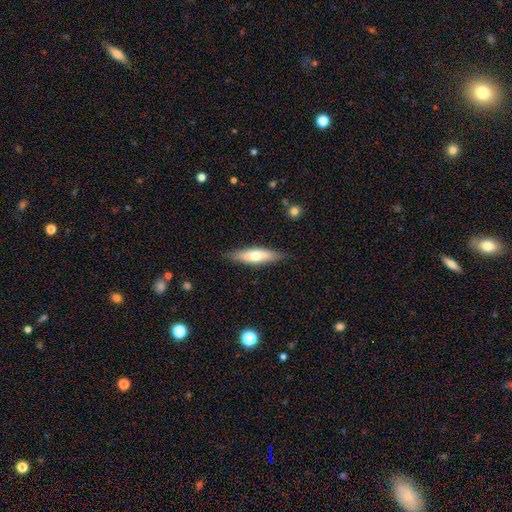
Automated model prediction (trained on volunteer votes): Smooth or featured? smooth (59%)
How rounded? cigar-shaped (64%)
Merging? none (84%)